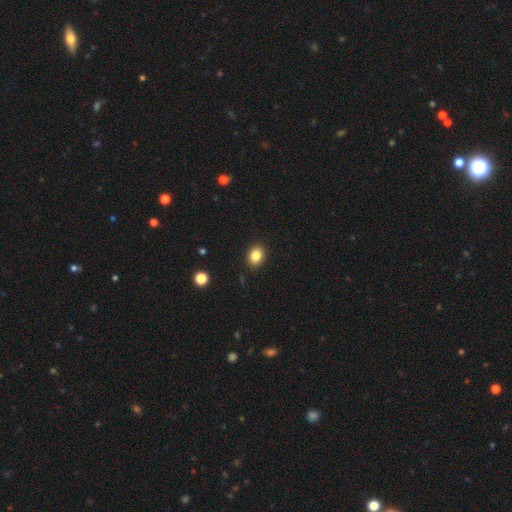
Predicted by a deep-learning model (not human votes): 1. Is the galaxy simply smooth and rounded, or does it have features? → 85% smooth, 10% star or artifact, 5% featured or disk.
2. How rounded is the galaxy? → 50% round, 49% in between, 1% cigar-shaped.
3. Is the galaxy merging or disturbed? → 90% none, 7% minor disturbance, 2% major disturbance, 1% merger.